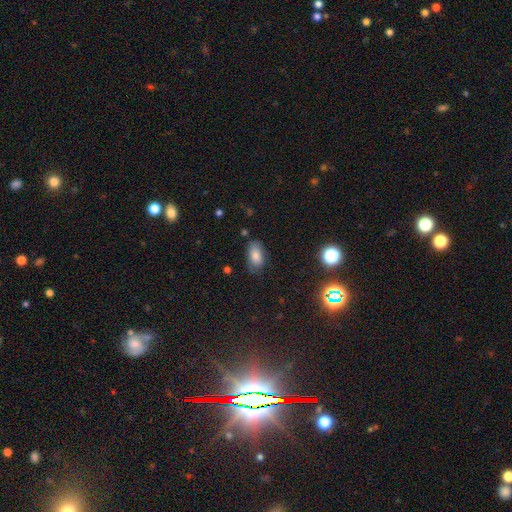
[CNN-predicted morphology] Smooth or featured?
  - smooth: 80% *
  - star or artifact: 10%
  - featured or disk: 10%
How rounded?
  - in between: 92% *
  - round: 5%
  - cigar-shaped: 3%
Merging?
  - none: 73% *
  - minor disturbance: 20%
  - major disturbance: 5%
  - merger: 2%